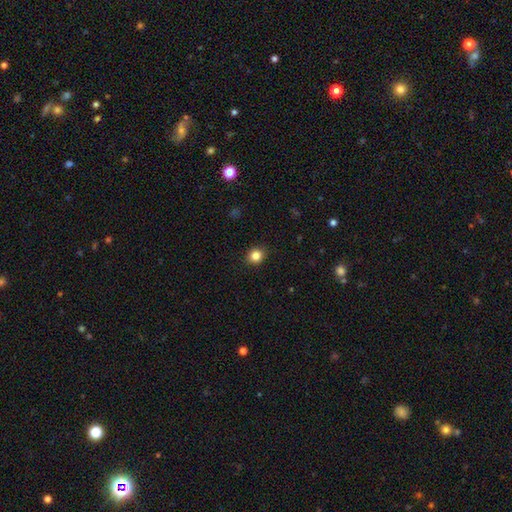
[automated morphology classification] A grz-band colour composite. It shows a smooth galaxy with no disk features (84%) that is round (79%). Merging: none (91%).